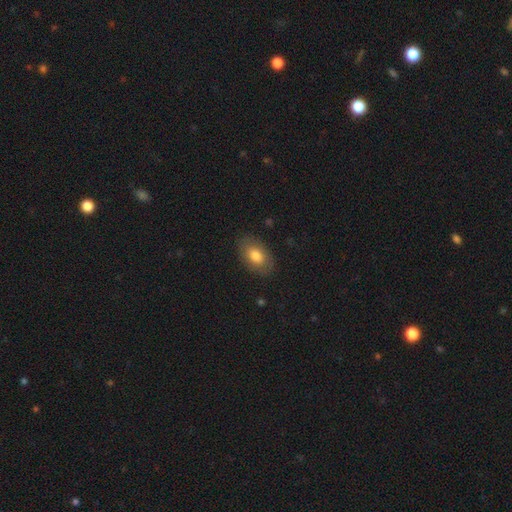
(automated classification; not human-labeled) Morphology: type=smooth (77%); roundness=in between (90%); merging=none (83%).